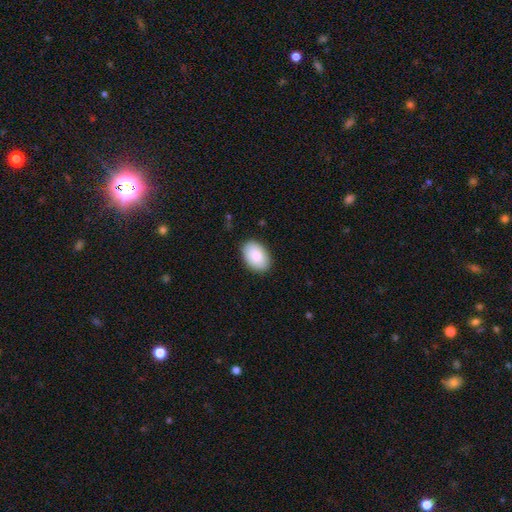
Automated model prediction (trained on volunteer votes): Q: Smooth or featured?
A: smooth (89%); runner-up: featured or disk (6%)
Q: How rounded?
A: in between (89%); runner-up: round (10%)
Q: Merging?
A: none (89%); runner-up: minor disturbance (8%)